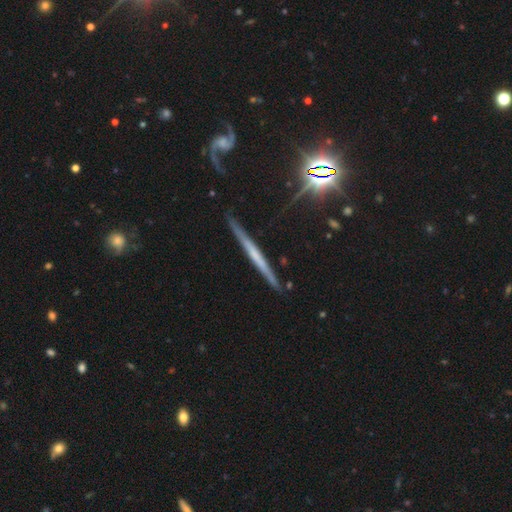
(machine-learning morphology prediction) type=featured or disk (59%); edge-on=yes (96%); edge-on bulge=none (75%); merging=none (87%).